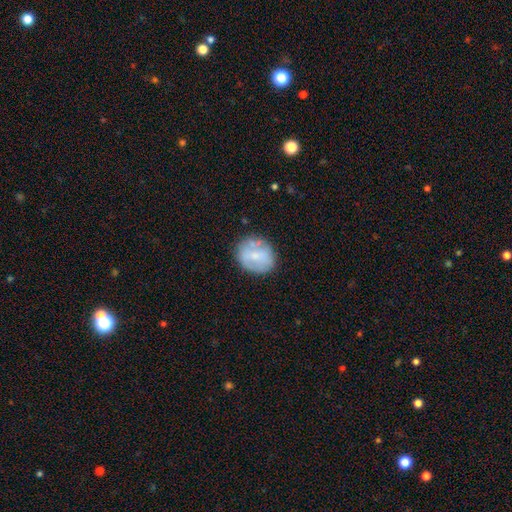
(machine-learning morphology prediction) Smooth or featured? smooth (56%)
How rounded? round (72%)
Merging? none (70%)